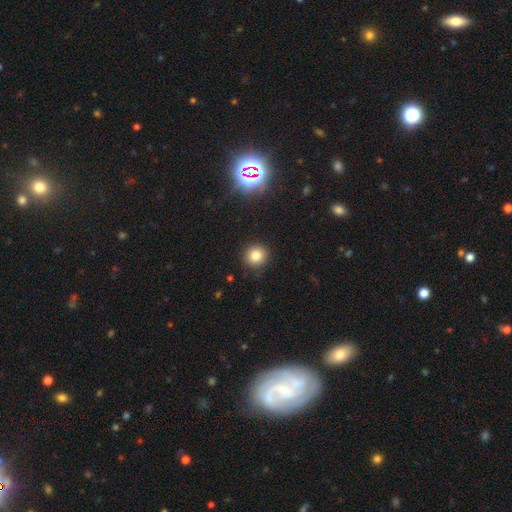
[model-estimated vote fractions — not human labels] Smooth or featured?
  - smooth: 81% *
  - star or artifact: 13%
  - featured or disk: 7%
How rounded?
  - round: 91% *
  - in between: 8%
  - cigar-shaped: 1%
Merging?
  - none: 89% *
  - minor disturbance: 7%
  - major disturbance: 2%
  - merger: 1%